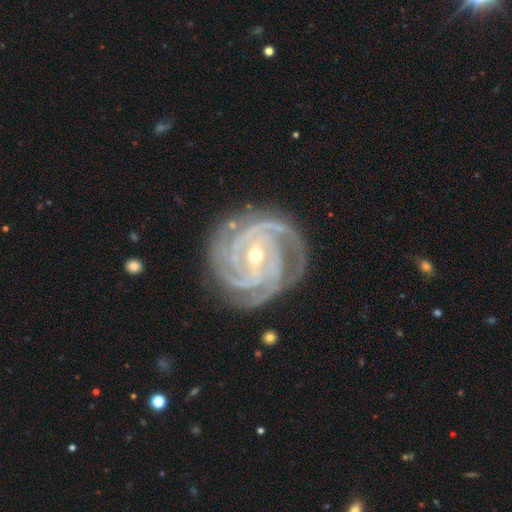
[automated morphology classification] Overall: featured or disk (93%). Edge-on disk: no (98%). Bar: weak (41%; strong 32%). Spiral arms: yes (99%). Spiral arm count: 3 (36%; 4 34%). Spiral winding: tight (75%). Bulge size: small (60%; moderate 37%). Merging: none (80%).